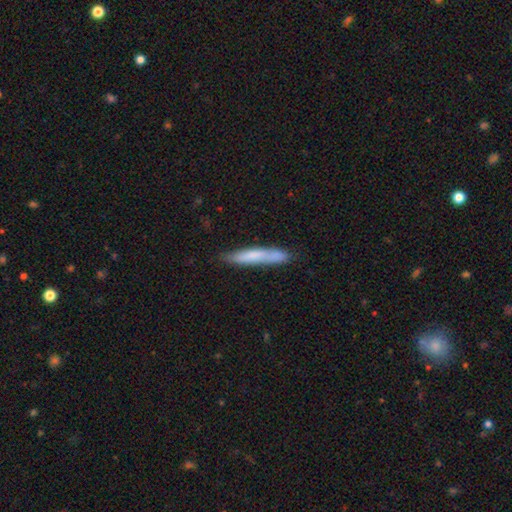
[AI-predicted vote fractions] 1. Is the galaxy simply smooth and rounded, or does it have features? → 68% smooth, 25% featured or disk, 7% star or artifact.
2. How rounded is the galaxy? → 92% cigar-shaped, 7% in between, 1% round.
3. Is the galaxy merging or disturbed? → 73% none, 19% minor disturbance, 4% merger, 4% major disturbance.